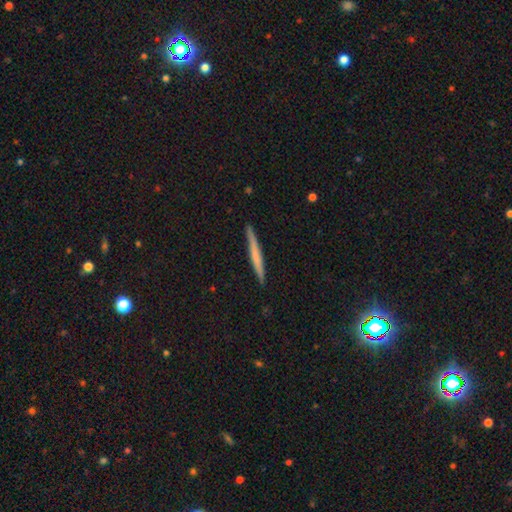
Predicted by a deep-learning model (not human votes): This appears to be a smooth galaxy with no disk features (53%) that is cigar-shaped (97%). Merging: none (91%).